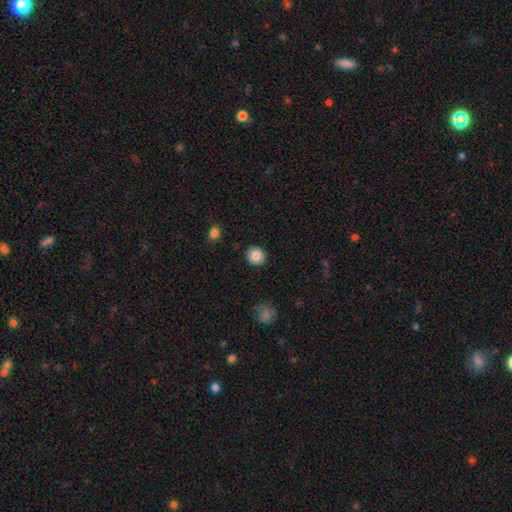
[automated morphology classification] Smooth or featured: smooth — 86% (star or artifact — 9%)
How rounded: round — 85% (in between — 14%)
Merging: none — 90% (minor disturbance — 6%)